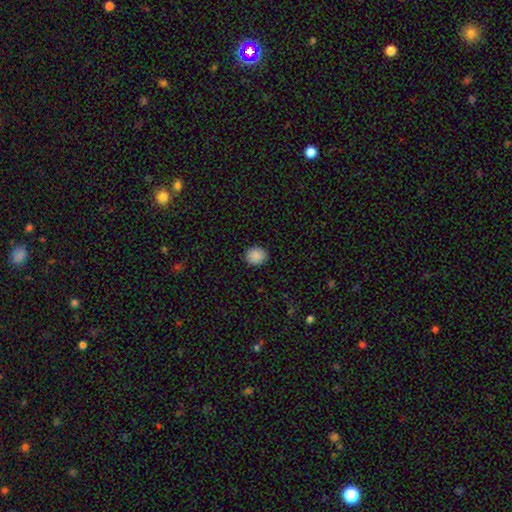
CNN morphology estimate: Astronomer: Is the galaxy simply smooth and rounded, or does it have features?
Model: smooth — 89%.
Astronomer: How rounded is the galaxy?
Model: round — 77%.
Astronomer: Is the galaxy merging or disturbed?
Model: none — 91%.